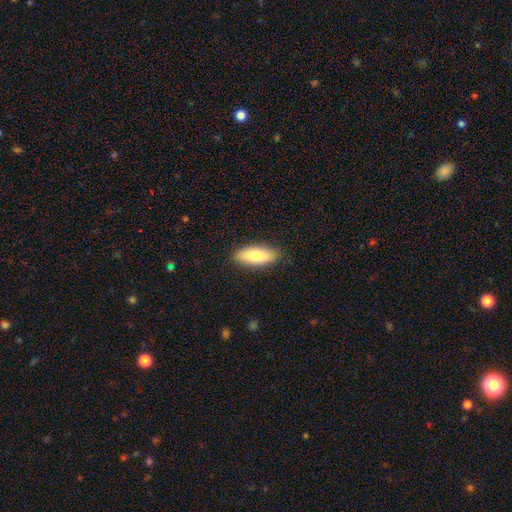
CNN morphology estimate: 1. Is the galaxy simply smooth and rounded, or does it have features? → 76% smooth, 18% featured or disk, 6% star or artifact.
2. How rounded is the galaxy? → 76% in between, 22% cigar-shaped, 2% round.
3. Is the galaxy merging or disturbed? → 87% none, 10% minor disturbance, 2% major disturbance, 1% merger.